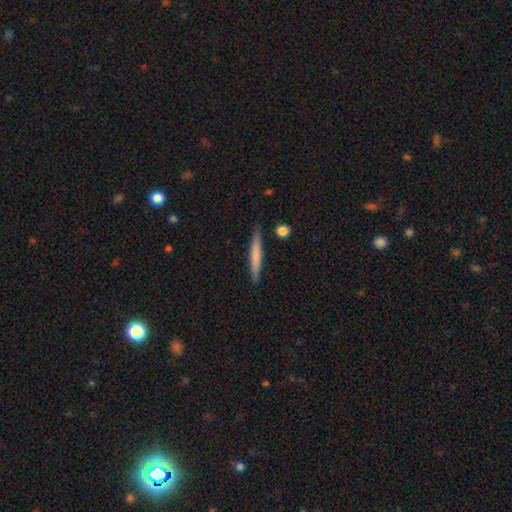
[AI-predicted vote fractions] This is likely a smooth galaxy (63%). How rounded: clearly cigar-shaped (95%). Merging: clearly none (88%).